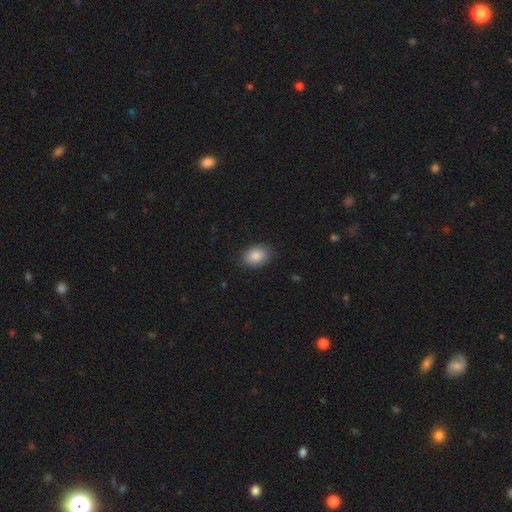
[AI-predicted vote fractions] Smooth or featured?
  - smooth: 88% *
  - star or artifact: 7%
  - featured or disk: 5%
How rounded?
  - in between: 77% *
  - round: 22%
  - cigar-shaped: 1%
Merging?
  - none: 85% *
  - minor disturbance: 11%
  - major disturbance: 3%
  - merger: 1%